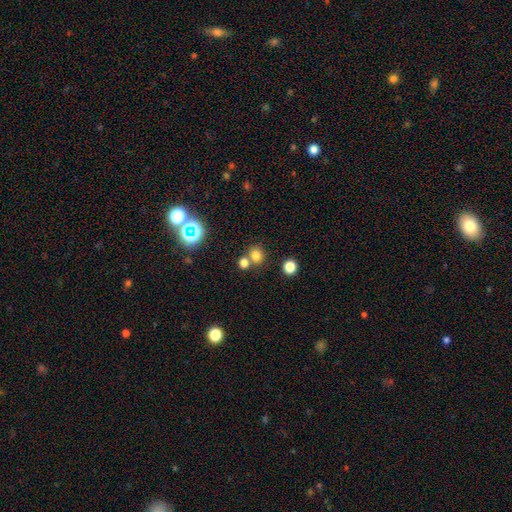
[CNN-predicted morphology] smooth 74%, star or artifact 19%, featured or disk 7%. Down the decision tree: how rounded — round (77%); merging — none (63%).